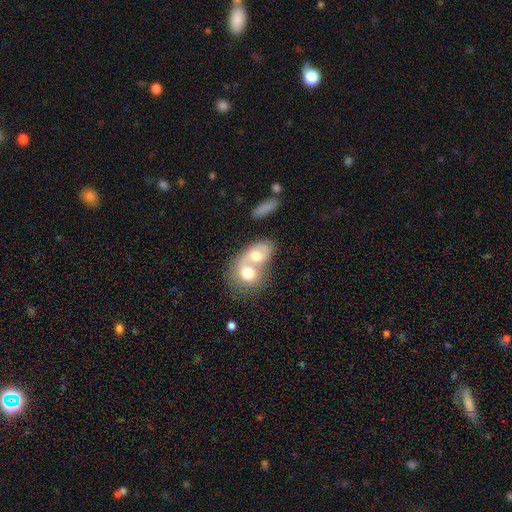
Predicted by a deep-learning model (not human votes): Smooth or featured? smooth (63%)
How rounded? in between (58%)
Merging? merger (75%)